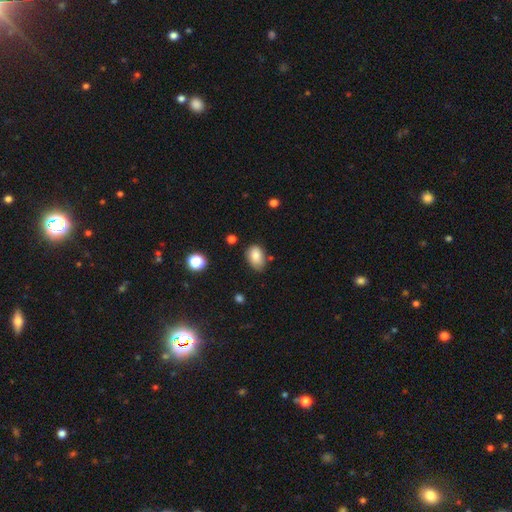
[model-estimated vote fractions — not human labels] Smooth or featured? smooth (83%)
How rounded? in between (86%)
Merging? none (68%)